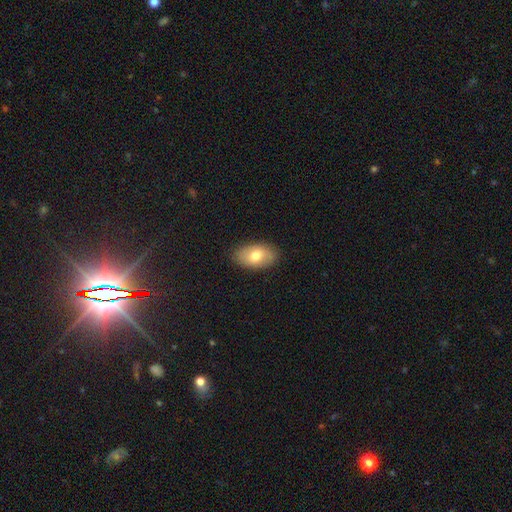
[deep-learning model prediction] Smooth or featured?
  - smooth: 75% *
  - featured or disk: 18%
  - star or artifact: 7%
How rounded?
  - in between: 92% *
  - round: 7%
  - cigar-shaped: 2%
Merging?
  - none: 87% *
  - minor disturbance: 10%
  - major disturbance: 2%
  - merger: 1%